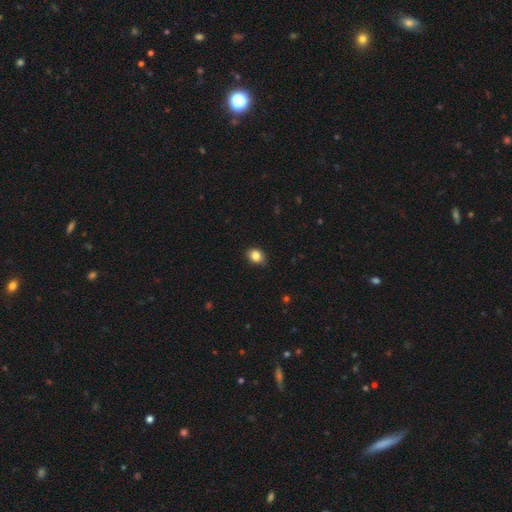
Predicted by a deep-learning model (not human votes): smooth_or_featured: smooth (p=0.85) [alt: star or artifact p=0.10]
how_rounded: in between (p=0.54) [alt: round p=0.45]
merging: none (p=0.82) [alt: minor disturbance p=0.15]